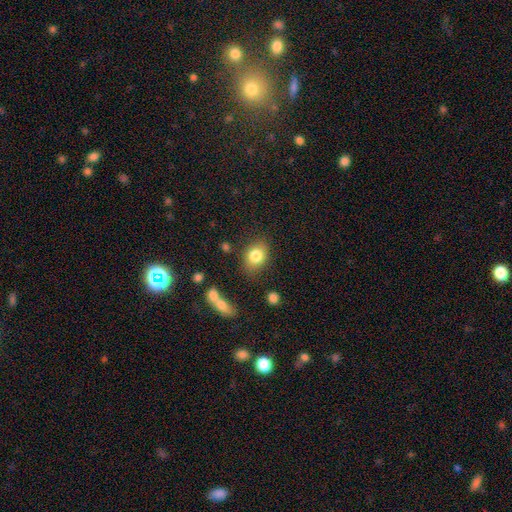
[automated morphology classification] This is clearly a smooth galaxy (81%). How rounded: possibly in between (57%). Merging: likely none (78%).